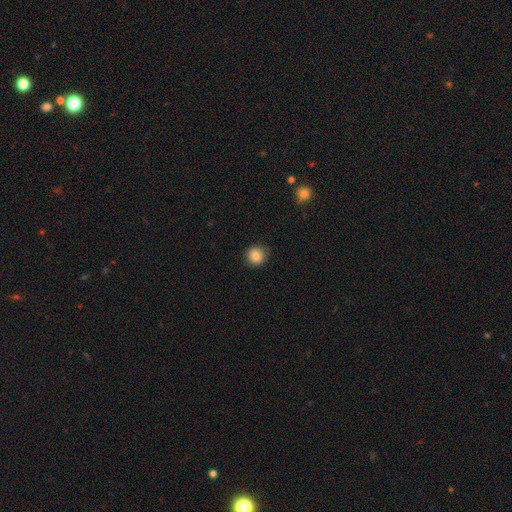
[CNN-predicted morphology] Smooth or featured?
  - smooth: 84% *
  - star or artifact: 10%
  - featured or disk: 6%
How rounded?
  - round: 91% *
  - in between: 8%
  - cigar-shaped: 1%
Merging?
  - none: 86% *
  - minor disturbance: 11%
  - major disturbance: 2%
  - merger: 1%